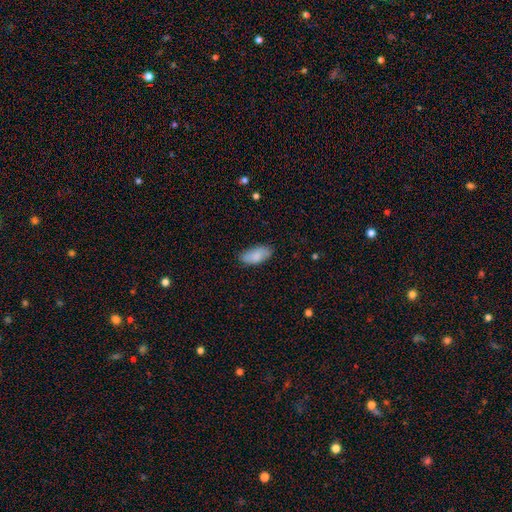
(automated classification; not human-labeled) smooth 85%, featured or disk 9%, star or artifact 6%. Down the decision tree: how rounded — in between (90%); merging — none (81%).